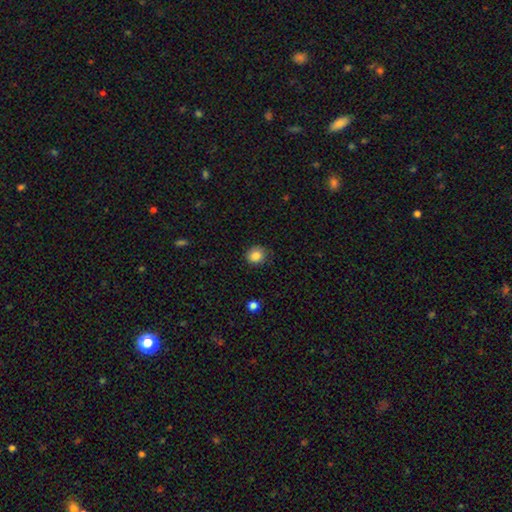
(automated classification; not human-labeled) smooth_or_featured: smooth (p=0.85) [alt: star or artifact p=0.10]
how_rounded: round (p=0.85) [alt: in between p=0.15]
merging: none (p=0.83) [alt: minor disturbance p=0.13]